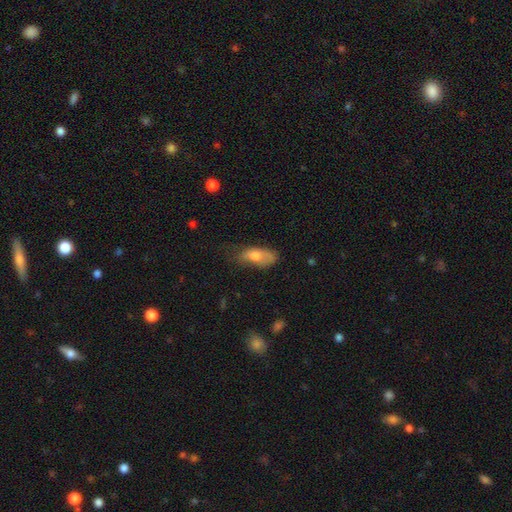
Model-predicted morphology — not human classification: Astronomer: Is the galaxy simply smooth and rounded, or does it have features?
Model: smooth — 71%.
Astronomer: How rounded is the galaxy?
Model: in between — 81%.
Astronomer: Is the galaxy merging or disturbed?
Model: none — 42% (runner-up: minor disturbance, 36%).